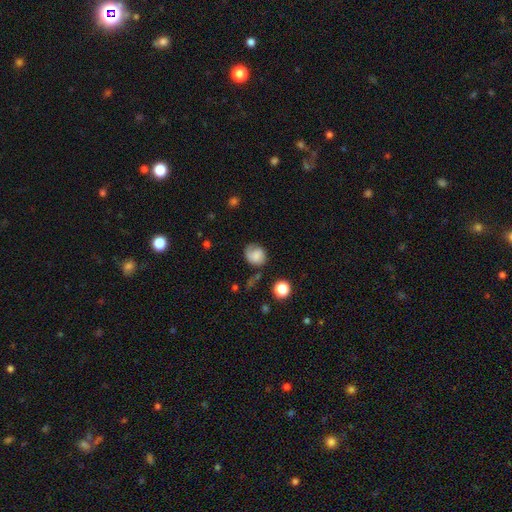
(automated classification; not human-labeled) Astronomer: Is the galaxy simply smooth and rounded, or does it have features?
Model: smooth — 72%.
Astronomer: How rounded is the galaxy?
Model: round — 69%.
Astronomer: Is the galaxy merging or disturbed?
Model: none — 54%.